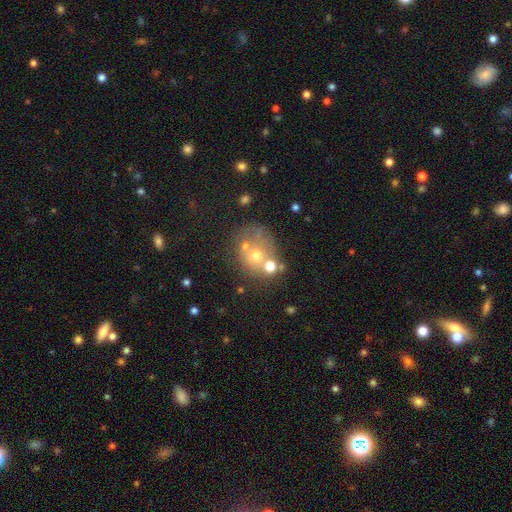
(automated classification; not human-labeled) smooth 53%, featured or disk 28%, star or artifact 19%. Down the decision tree: how rounded — round (73%); merging — none (48%).